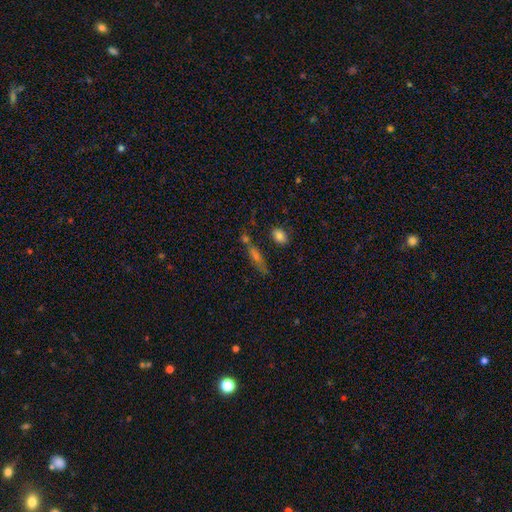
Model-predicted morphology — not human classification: smooth-or-featured: smooth: 43% | featured or disk: 36% | star or artifact: 20%
  merging: none: 62% | merger: 17% | minor disturbance: 15% | major disturbance: 7%